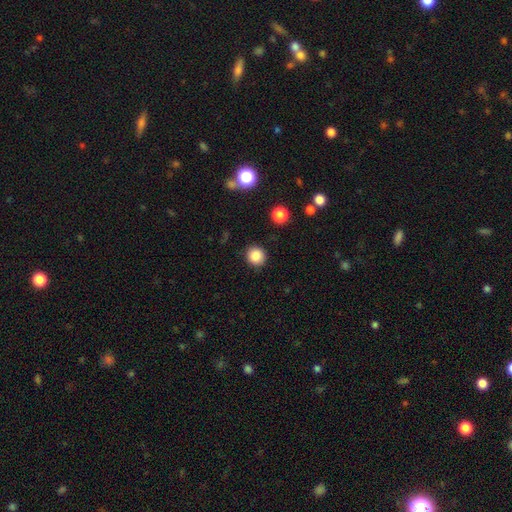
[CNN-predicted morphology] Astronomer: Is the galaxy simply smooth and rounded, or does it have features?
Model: smooth — 85%.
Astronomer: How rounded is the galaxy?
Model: round — 90%.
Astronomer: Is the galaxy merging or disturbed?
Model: none — 89%.